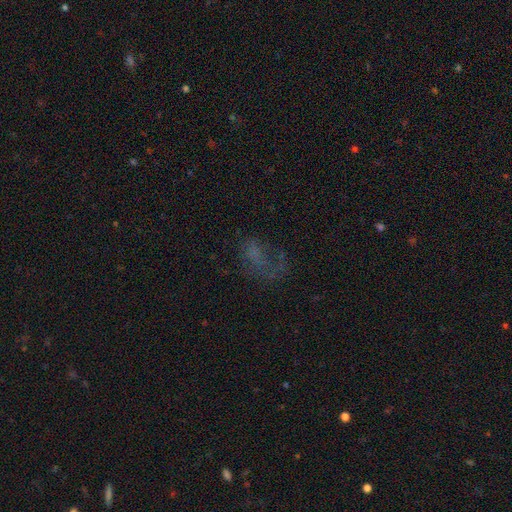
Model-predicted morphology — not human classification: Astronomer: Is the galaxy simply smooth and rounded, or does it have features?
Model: smooth — 38%, tied with featured or disk at 38%.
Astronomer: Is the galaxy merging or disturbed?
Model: major disturbance — 45% (runner-up: none, 34%).